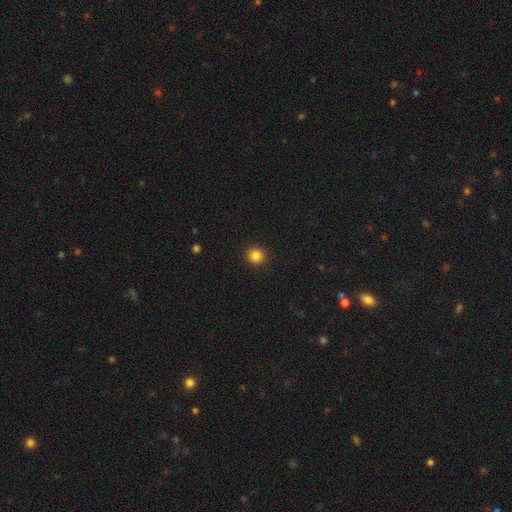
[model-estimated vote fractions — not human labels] The model was most divided on "smooth or featured": smooth: 85%, star or artifact: 11%, featured or disk: 4%. More confident: merging — none (93%); how rounded — round (91%).